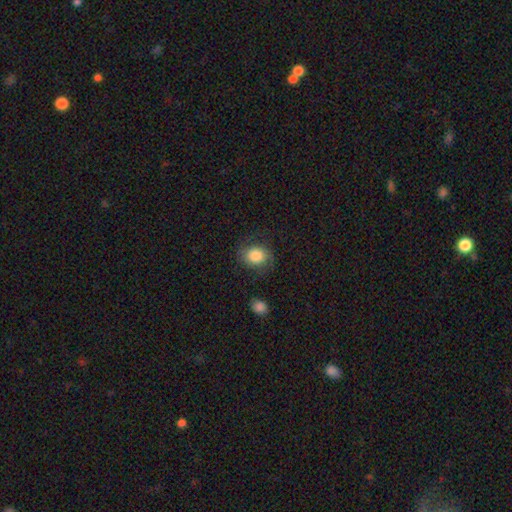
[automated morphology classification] smooth 77%, featured or disk 14%, star or artifact 8%. Down the decision tree: how rounded — round (62%); merging — none (71%).